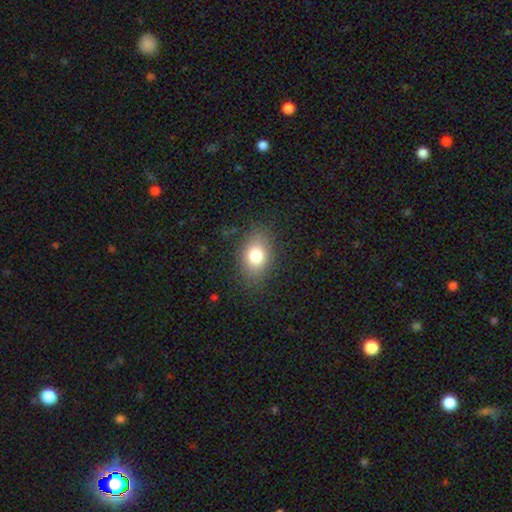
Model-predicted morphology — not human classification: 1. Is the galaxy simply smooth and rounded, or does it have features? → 77% smooth, 12% featured or disk, 11% star or artifact.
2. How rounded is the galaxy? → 73% in between, 26% round, 1% cigar-shaped.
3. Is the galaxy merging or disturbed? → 83% none, 12% minor disturbance, 4% major disturbance, 1% merger.